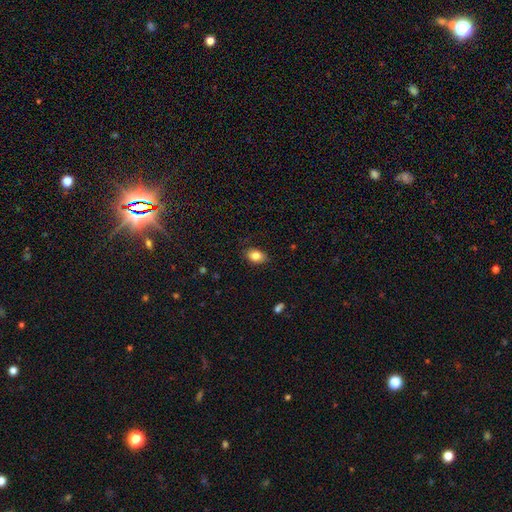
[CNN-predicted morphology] A smooth galaxy with no disk features (83%) that is in between round and cigar-shaped (79%).

Vote fractions:
- Smooth or featured? smooth: 83% / star or artifact: 8% / featured or disk: 8%
- How rounded? in between: 79% / round: 20% / cigar-shaped: 1%
- Merging? none: 83% / minor disturbance: 13% / major disturbance: 3% / merger: 1%